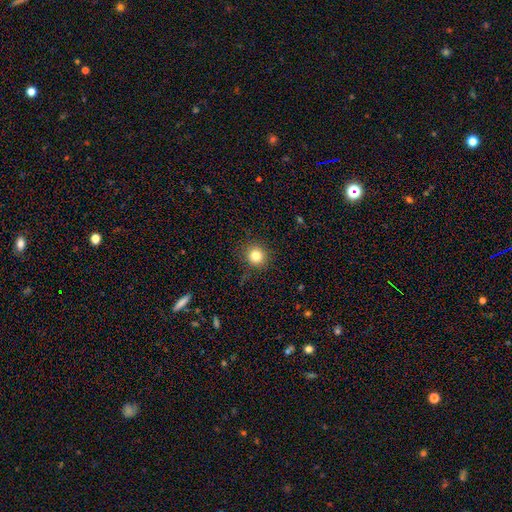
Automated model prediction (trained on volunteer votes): The model was most divided on "smooth or featured": smooth: 82%, star or artifact: 12%, featured or disk: 6%. More confident: how rounded — round (91%); merging — none (88%).